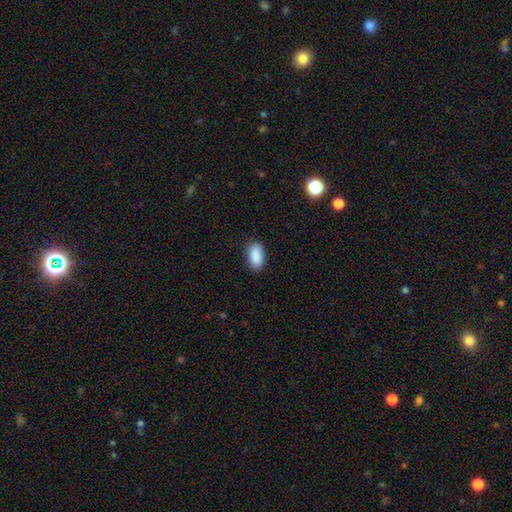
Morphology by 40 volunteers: This is clearly a smooth galaxy (98%). How rounded: clearly in between (90%). Merging: clearly none (87%).